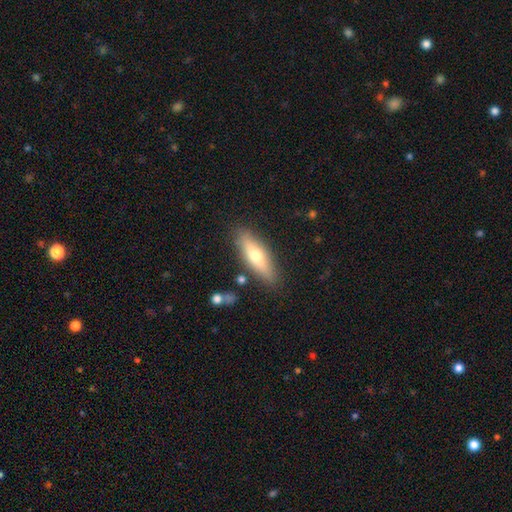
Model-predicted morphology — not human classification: smooth_or_featured: smooth (p=0.55) [alt: featured or disk p=0.38]
how_rounded: cigar-shaped (p=0.56) [alt: in between p=0.41]
merging: none (p=0.84) [alt: minor disturbance p=0.11]